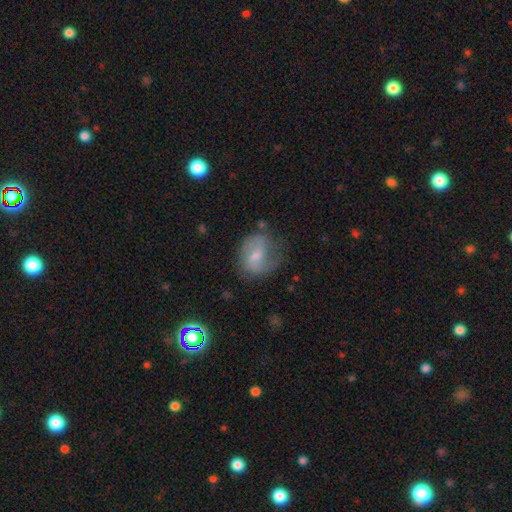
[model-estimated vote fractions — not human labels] Smooth or featured? featured or disk (57%)
Edge-on disk? no (97%)
Bar? weak (53%)
Spiral arms? yes (83%)
Bulge size? moderate (43%, tied with small)
Merging? none (55%)